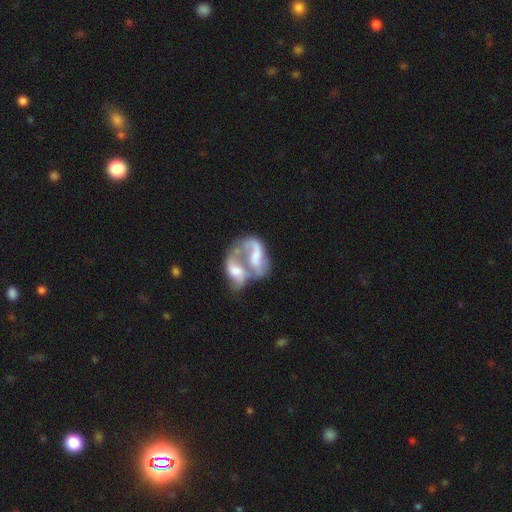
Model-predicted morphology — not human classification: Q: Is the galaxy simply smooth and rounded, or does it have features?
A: featured or disk — 62%.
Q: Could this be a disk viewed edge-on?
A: no — 97%.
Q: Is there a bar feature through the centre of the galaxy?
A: no — 61%.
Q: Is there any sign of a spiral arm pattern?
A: yes — 53%.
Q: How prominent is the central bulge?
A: moderate — 34%.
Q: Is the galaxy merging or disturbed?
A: merger — 75%.